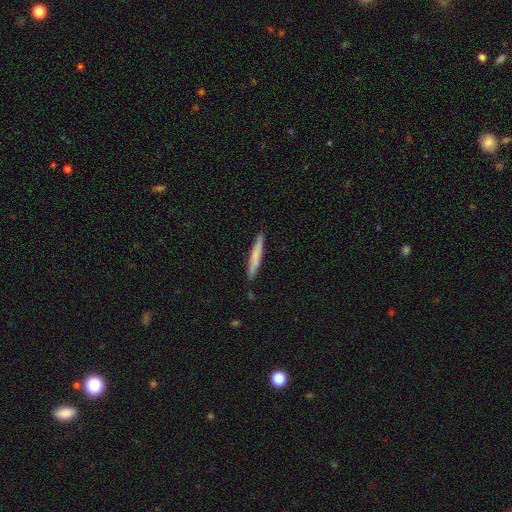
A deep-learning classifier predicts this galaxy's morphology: This appears to be a smooth galaxy with no disk features (72%) that is cigar-shaped (95%). Merging: none (90%).